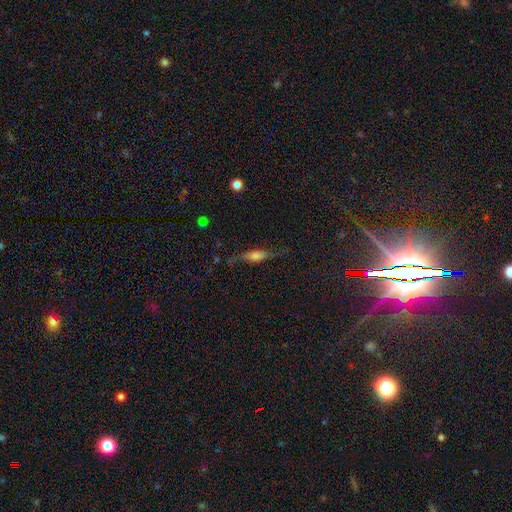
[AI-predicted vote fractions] smooth-or-featured: featured or disk: 47% | smooth: 43% | star or artifact: 10%
  merging: none: 64% | minor disturbance: 22% | major disturbance: 11% | merger: 3%